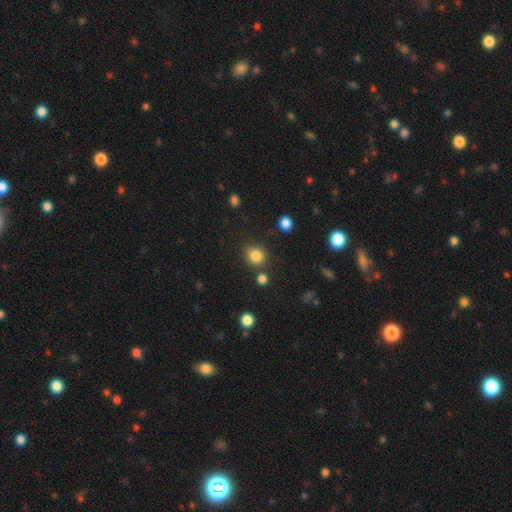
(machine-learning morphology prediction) Q: Smooth or featured?
A: smooth (84%); runner-up: star or artifact (11%)
Q: How rounded?
A: round (82%); runner-up: in between (17%)
Q: Merging?
A: none (80%); runner-up: minor disturbance (10%)